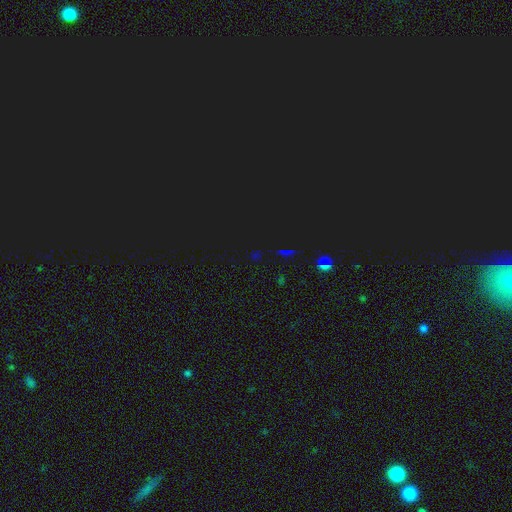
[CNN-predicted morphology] The model was most divided on "smooth or featured": star or artifact: 76%, smooth: 16%, featured or disk: 8%.